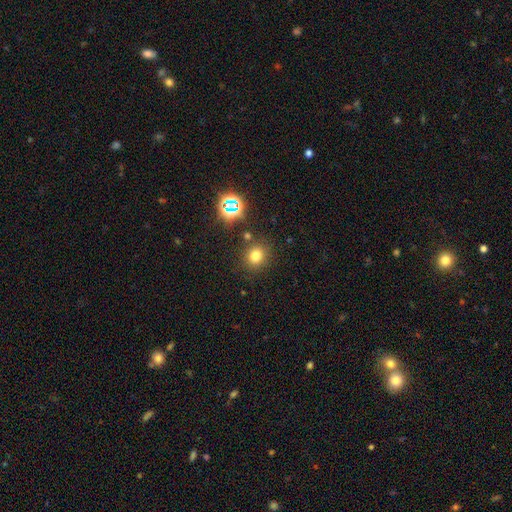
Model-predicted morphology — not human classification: A smooth galaxy with no disk features (72%) that is round (79%).

Vote fractions:
- Smooth or featured? smooth: 72% / star or artifact: 21% / featured or disk: 7%
- How rounded? round: 79% / in between: 20% / cigar-shaped: 1%
- Merging? none: 82% / minor disturbance: 9% / merger: 6% / major disturbance: 4%